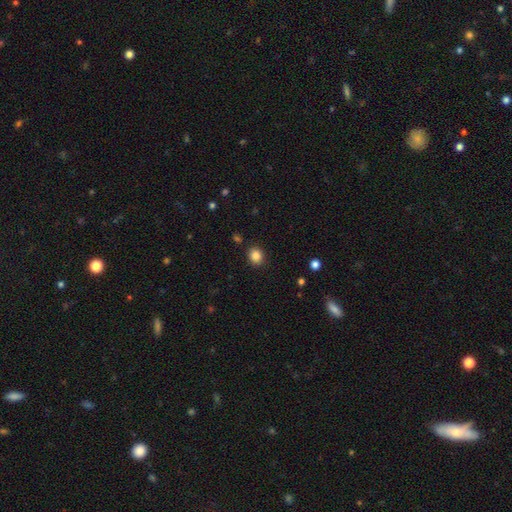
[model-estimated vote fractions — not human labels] Q: Smooth or featured?
A: smooth (86%); runner-up: star or artifact (11%)
Q: How rounded?
A: round (70%); runner-up: in between (29%)
Q: Merging?
A: none (89%); runner-up: minor disturbance (7%)